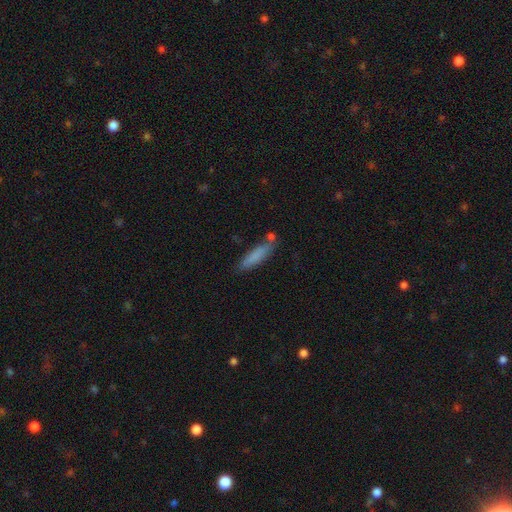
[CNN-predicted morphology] smooth_or_featured: smooth (p=0.79) [alt: featured or disk p=0.14]
how_rounded: cigar-shaped (p=0.81) [alt: in between p=0.17]
merging: none (p=0.71) [alt: minor disturbance p=0.17]